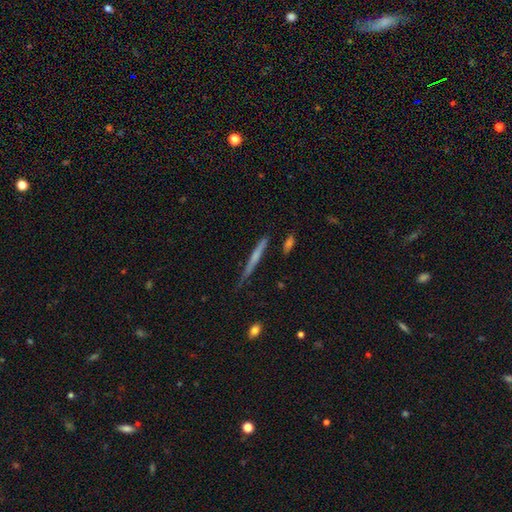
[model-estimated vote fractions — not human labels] smooth 48%, featured or disk 45%, star or artifact 7%. Down the decision tree: merging — none (77%).